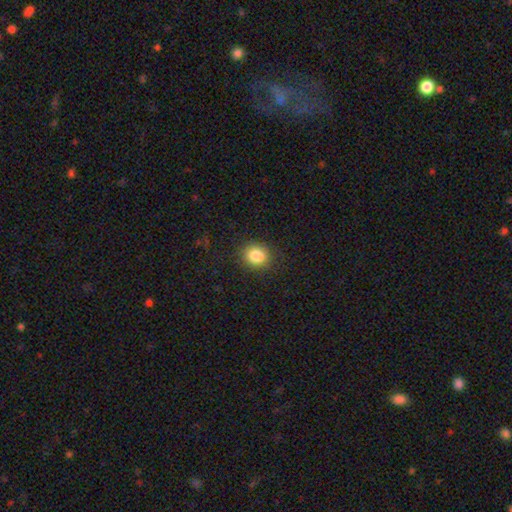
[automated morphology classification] Overall: smooth (85%). How rounded: round (73%). Merging: none (87%).